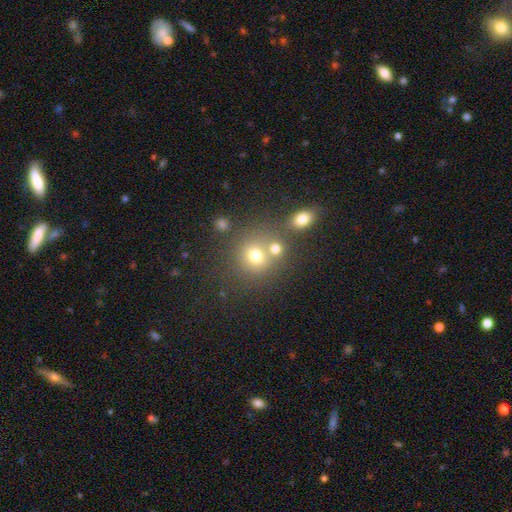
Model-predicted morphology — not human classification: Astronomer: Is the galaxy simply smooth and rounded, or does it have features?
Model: smooth — 71%.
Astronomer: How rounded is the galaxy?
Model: round — 84%.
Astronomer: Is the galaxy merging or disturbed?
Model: none — 58%.